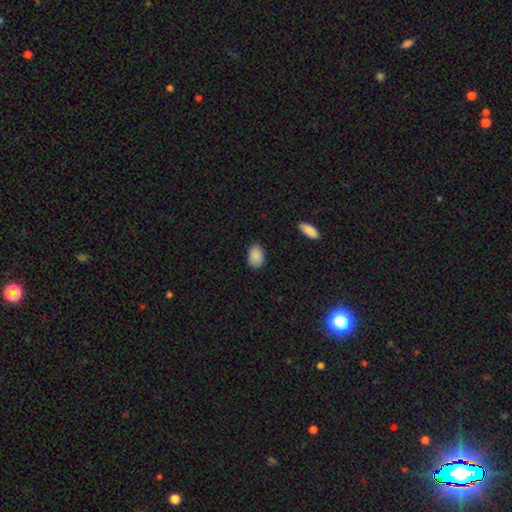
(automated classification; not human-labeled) This appears to be a smooth galaxy with no disk features (89%) that is in between round and cigar-shaped (88%). Merging: none (85%).